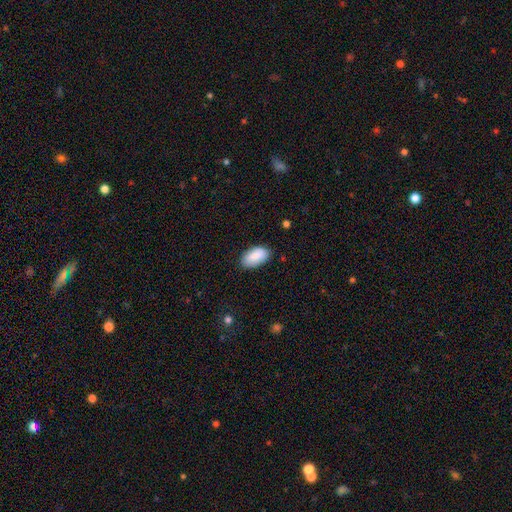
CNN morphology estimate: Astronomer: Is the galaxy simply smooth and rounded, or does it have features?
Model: smooth — 88%.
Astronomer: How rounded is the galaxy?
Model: in between — 95%.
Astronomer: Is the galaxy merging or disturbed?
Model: none — 83%.